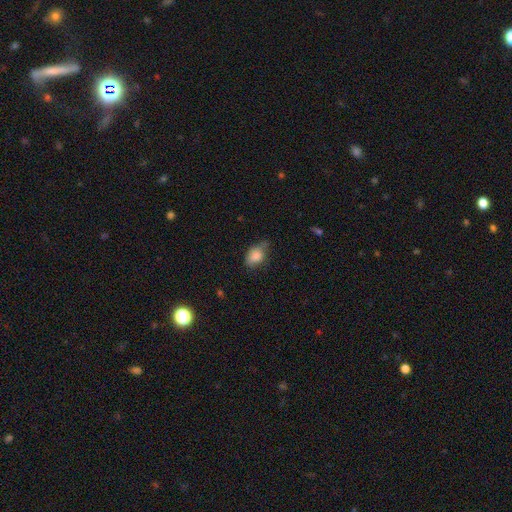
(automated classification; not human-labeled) A smooth galaxy with no disk features (83%) that is in between round and cigar-shaped (82%).

Vote fractions:
- Smooth or featured? smooth: 83% / featured or disk: 8% / star or artifact: 8%
- How rounded? in between: 82% / round: 16% / cigar-shaped: 2%
- Merging? none: 49% / minor disturbance: 39% / major disturbance: 9% / merger: 2%